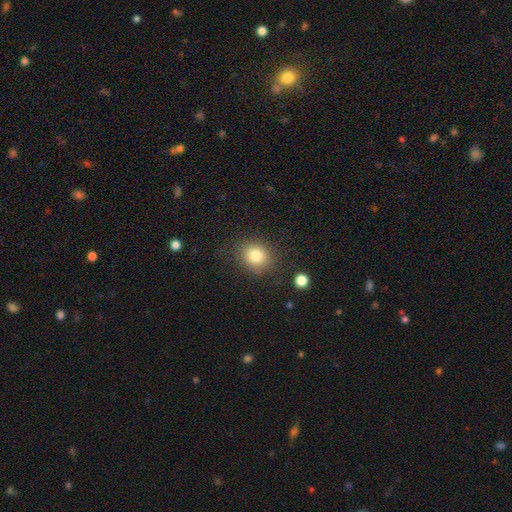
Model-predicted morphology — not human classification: Overall: smooth (81%). How rounded: round (74%). Merging: none (81%).